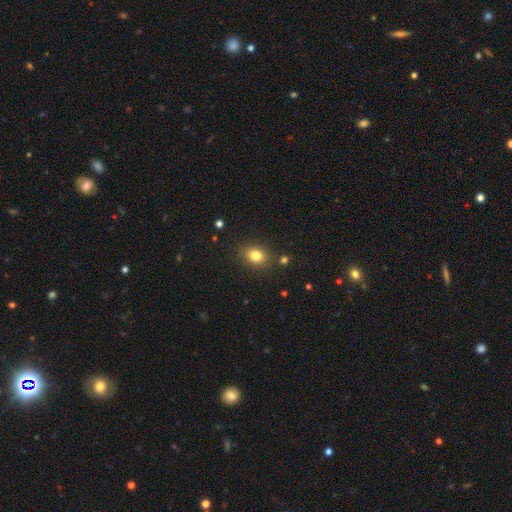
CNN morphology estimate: A smooth galaxy with no disk features (82%) that is in between round and cigar-shaped (61%). Merging: none (85%).